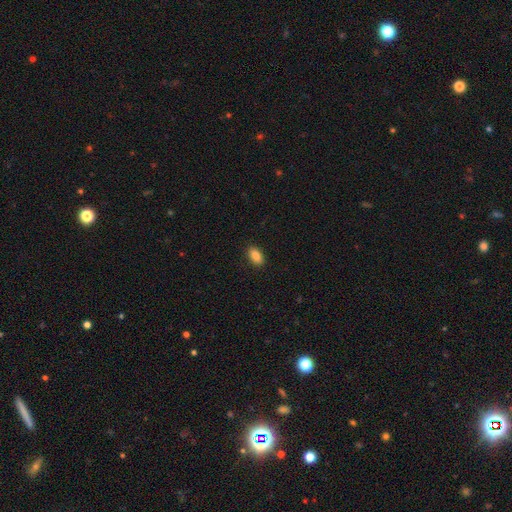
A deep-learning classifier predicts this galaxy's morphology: A smooth galaxy with no disk features (87%) that is in between round and cigar-shaped (91%).

Vote fractions:
- Smooth or featured? smooth: 87% / star or artifact: 8% / featured or disk: 5%
- How rounded? in between: 91% / round: 6% / cigar-shaped: 3%
- Merging? none: 90% / minor disturbance: 7% / major disturbance: 2% / merger: 1%